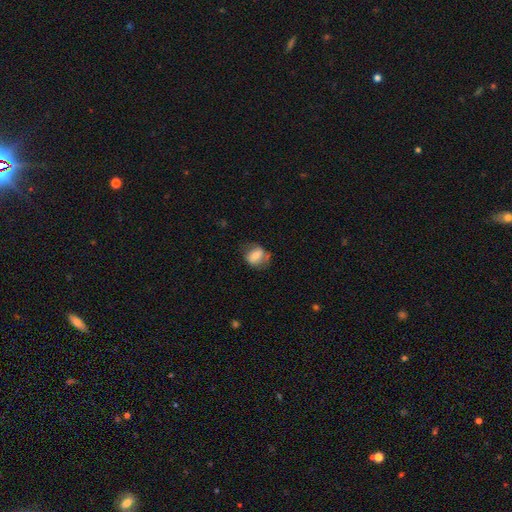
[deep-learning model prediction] This appears to be a smooth galaxy with no disk features (63%) that is in between round and cigar-shaped (56%). Merging: none (56%).